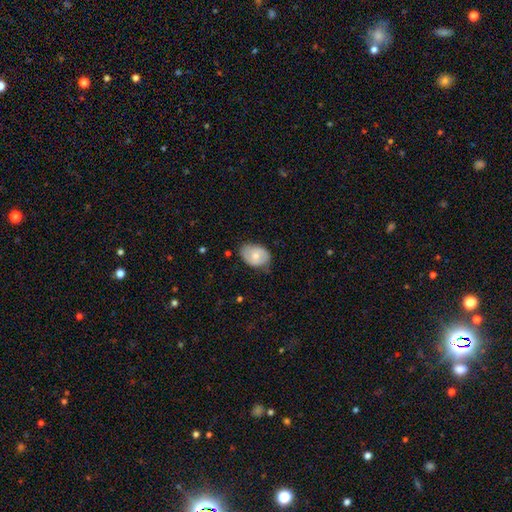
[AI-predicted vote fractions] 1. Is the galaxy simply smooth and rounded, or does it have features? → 65% smooth, 29% featured or disk, 6% star or artifact.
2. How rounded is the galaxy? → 78% in between, 21% round, 1% cigar-shaped.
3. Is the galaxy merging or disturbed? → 65% none, 28% minor disturbance, 5% major disturbance, 1% merger.